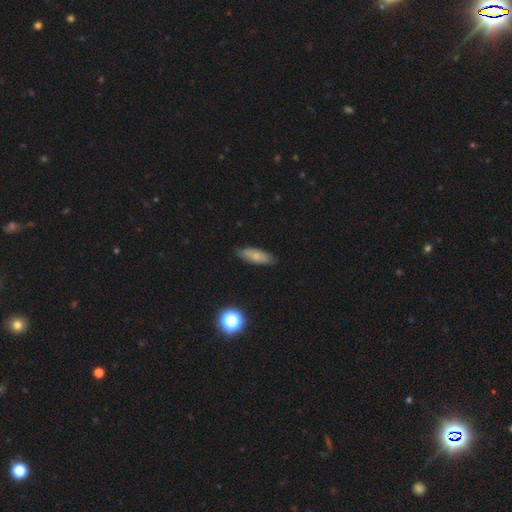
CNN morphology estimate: smooth-or-featured: smooth: 70% | featured or disk: 22% | star or artifact: 8%
  how-rounded: in between: 66% | cigar-shaped: 31% | round: 3%
  merging: none: 82% | minor disturbance: 15% | major disturbance: 2% | merger: 1%